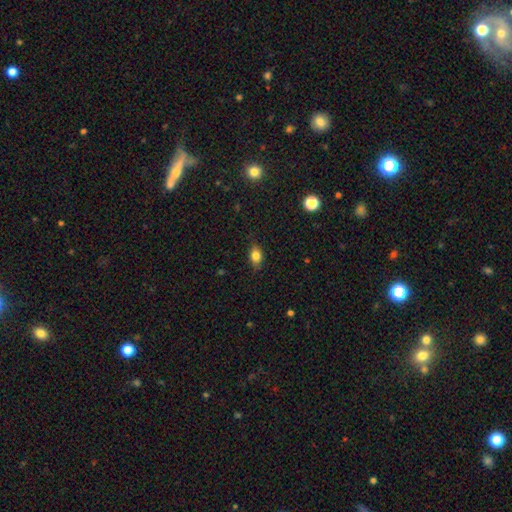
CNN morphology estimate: type=smooth (81%); roundness=in between (71%); merging=none (81%).